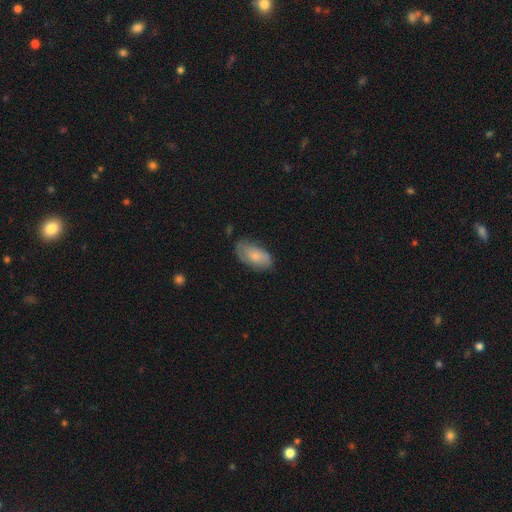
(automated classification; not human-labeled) Smooth or featured?
  - smooth: 61% *
  - featured or disk: 32%
  - star or artifact: 7%
How rounded?
  - in between: 93% *
  - round: 4%
  - cigar-shaped: 3%
Merging?
  - none: 66% *
  - minor disturbance: 26%
  - major disturbance: 7%
  - merger: 2%